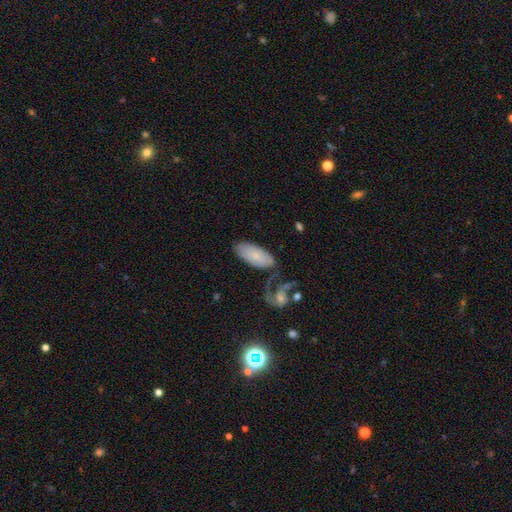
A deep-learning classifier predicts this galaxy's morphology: This is likely a smooth galaxy (72%). How rounded: clearly in between (88%). Merging: possibly none (55%).